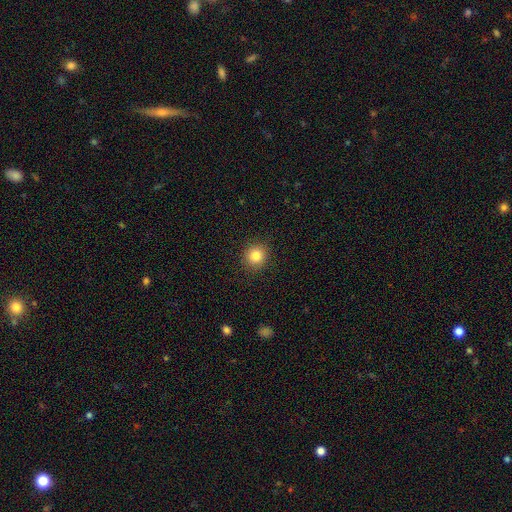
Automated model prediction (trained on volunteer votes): Smooth or featured? smooth (83%)
How rounded? round (88%)
Merging? none (91%)